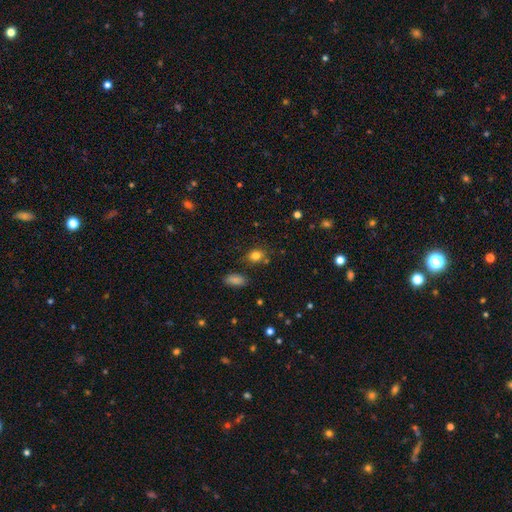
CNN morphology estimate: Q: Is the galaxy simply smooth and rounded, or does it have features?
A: smooth — 81%.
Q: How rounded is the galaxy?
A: in between — 59%.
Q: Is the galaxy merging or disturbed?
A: none — 76%.